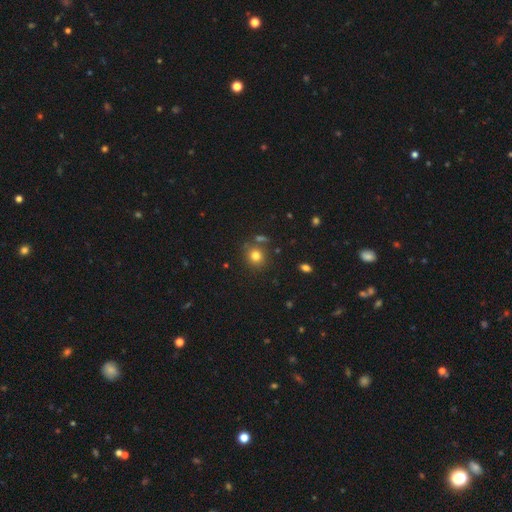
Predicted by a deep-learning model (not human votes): smooth-or-featured: smooth: 78% | star or artifact: 14% | featured or disk: 8%
  how-rounded: round: 82% | in between: 17% | cigar-shaped: 1%
  merging: none: 78% | minor disturbance: 10% | merger: 9% | major disturbance: 3%